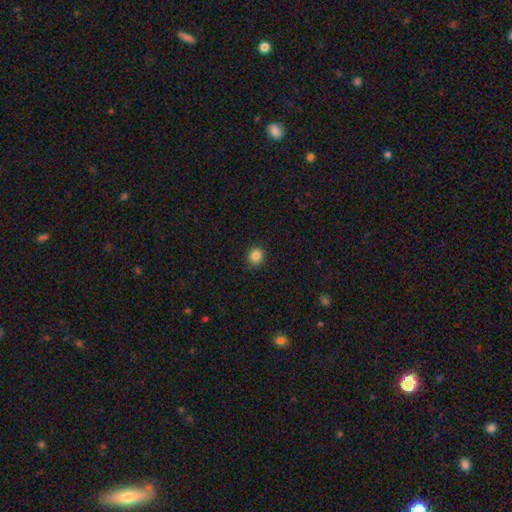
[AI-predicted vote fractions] Smooth or featured: smooth — 85% (star or artifact — 11%)
How rounded: round — 80% (in between — 19%)
Merging: none — 91% (minor disturbance — 6%)